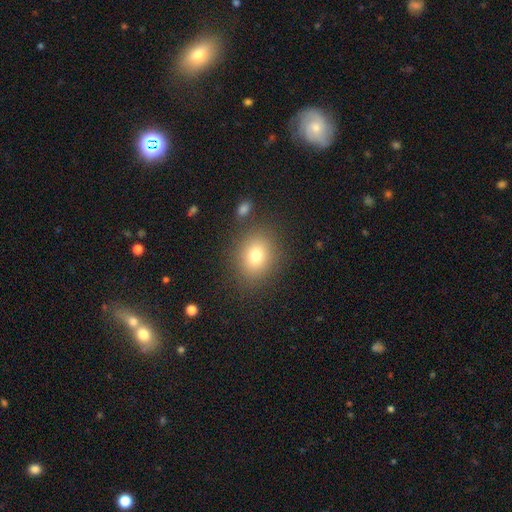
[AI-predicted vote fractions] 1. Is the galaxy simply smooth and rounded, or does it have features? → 77% smooth, 13% star or artifact, 11% featured or disk.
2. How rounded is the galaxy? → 52% round, 47% in between, 1% cigar-shaped.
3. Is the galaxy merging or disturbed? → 83% none, 10% minor disturbance, 4% merger, 4% major disturbance.